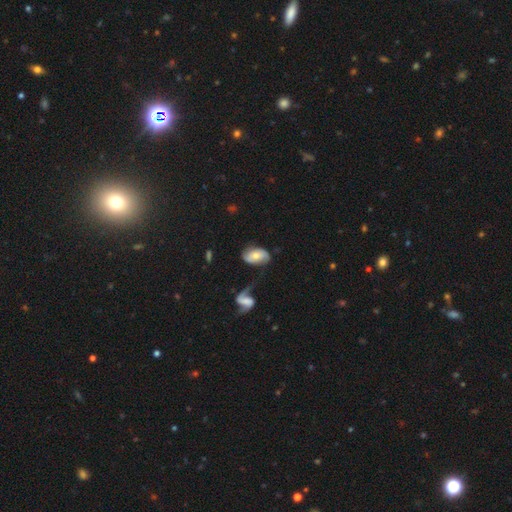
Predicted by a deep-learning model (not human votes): Smooth or featured? Predicted: featured or disk (p=0.50). Merging? Predicted: none (p=0.54).